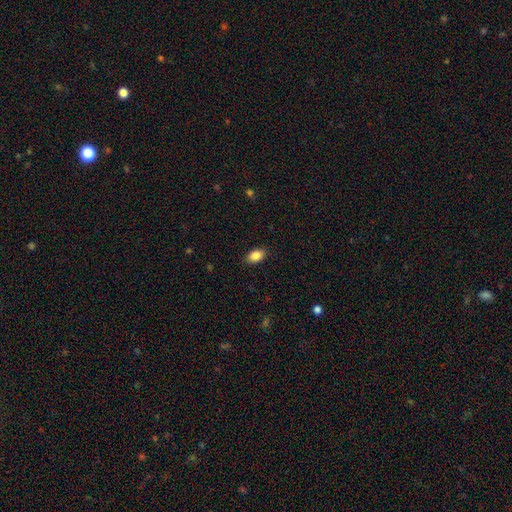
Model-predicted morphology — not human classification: smooth_or_featured: smooth (p=0.88) [alt: star or artifact p=0.08]
how_rounded: in between (p=0.90) [alt: round p=0.09]
merging: none (p=0.87) [alt: minor disturbance p=0.09]